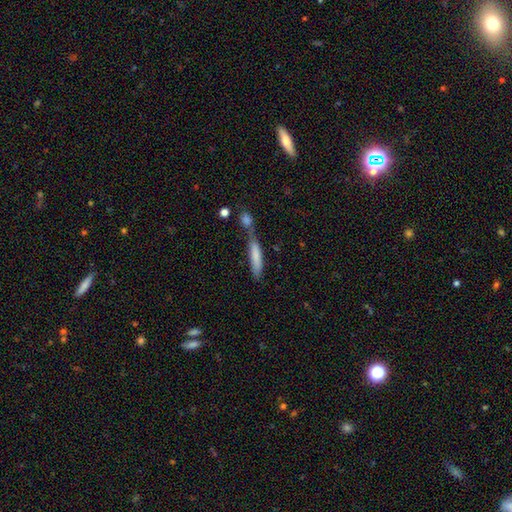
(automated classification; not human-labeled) smooth 75%, featured or disk 19%, star or artifact 7%. Down the decision tree: how rounded — cigar-shaped (82%); merging — merger (44%).